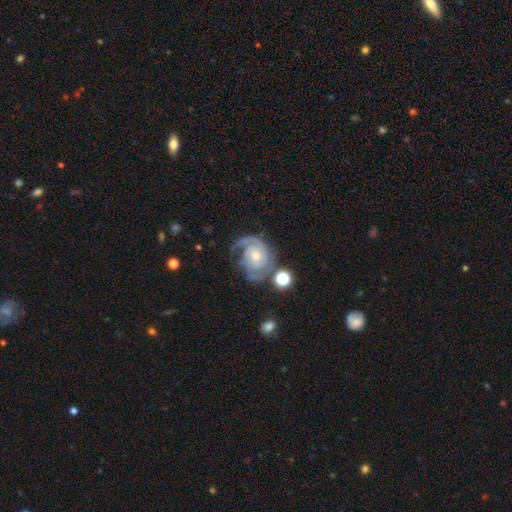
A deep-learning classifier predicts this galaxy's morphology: featured or disk 84%, smooth 10%, star or artifact 6%. Down the decision tree: edge-on disk — no (98%); bar — no (71%); spiral arms — yes (95%); spiral arm count — 2 (50%); spiral winding — tight (50%); bulge size — moderate (48%); merging — none (53%).